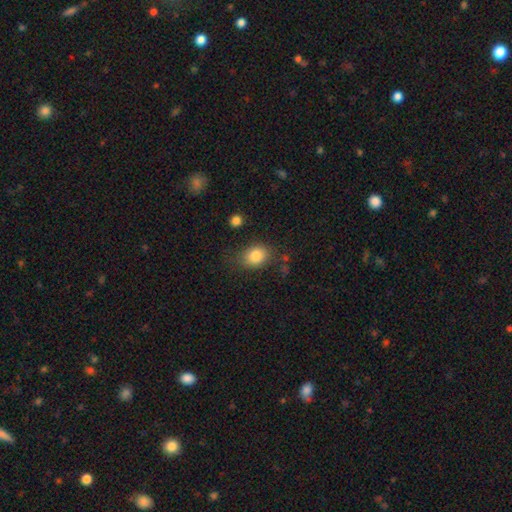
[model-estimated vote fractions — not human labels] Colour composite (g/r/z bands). It shows a smooth galaxy with no disk features (84%) that is in between round and cigar-shaped (55%). Merging: none (71%).